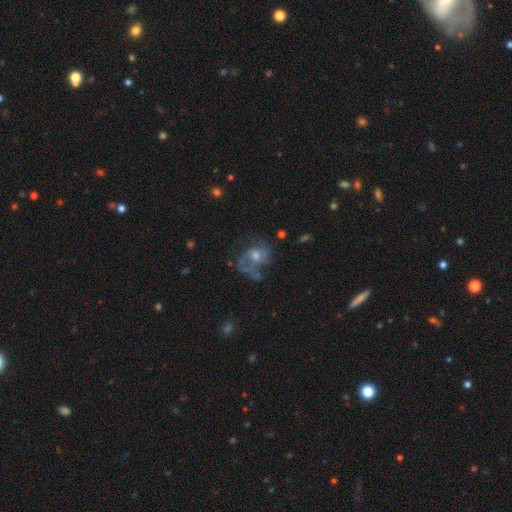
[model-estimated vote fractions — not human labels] Smooth or featured? featured or disk (66%)
Edge-on disk? no (97%)
Bar? no (65%)
Spiral arms? yes (77%)
Bulge size? moderate (55%)
Merging? none (47%)